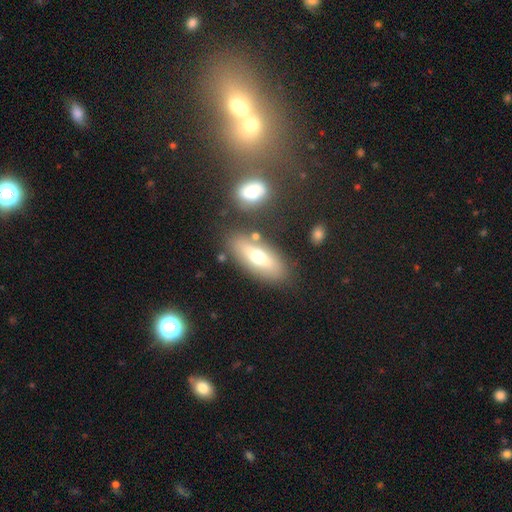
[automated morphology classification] type=smooth (55%); roundness=in between (68%); merging=none (77%).